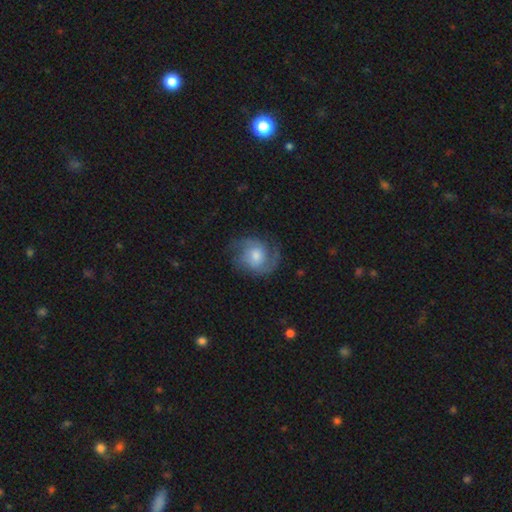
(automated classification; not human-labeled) smooth_or_featured: featured or disk (p=0.69) [alt: smooth p=0.24]
disk_edge_on: no (p=0.98) [alt: yes p=0.02]
bar: no (p=0.69) [alt: weak p=0.27]
has_spiral_arms: yes (p=0.93) [alt: no p=0.07]
spiral_winding: medium (p=0.45) [alt: tight p=0.35]
spiral_arm_count: 2 (p=0.62) [alt: can't tell p=0.15]
bulge_size: moderate (p=0.54) [alt: small p=0.23]
merging: none (p=0.70) [alt: minor disturbance p=0.18]